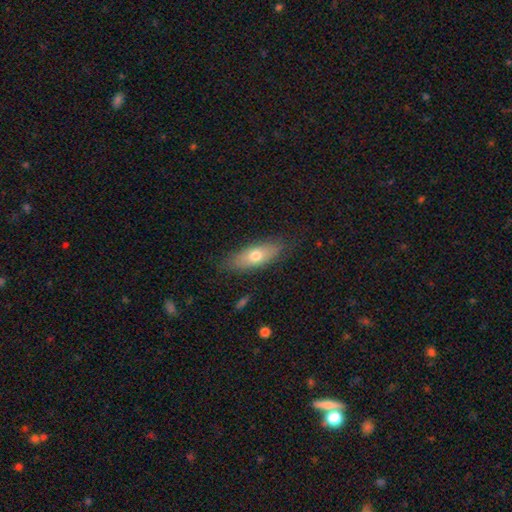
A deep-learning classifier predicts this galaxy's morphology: Q: Smooth or featured?
A: smooth (67%); runner-up: featured or disk (26%)
Q: How rounded?
A: in between (68%); runner-up: cigar-shaped (28%)
Q: Merging?
A: none (81%); runner-up: minor disturbance (14%)